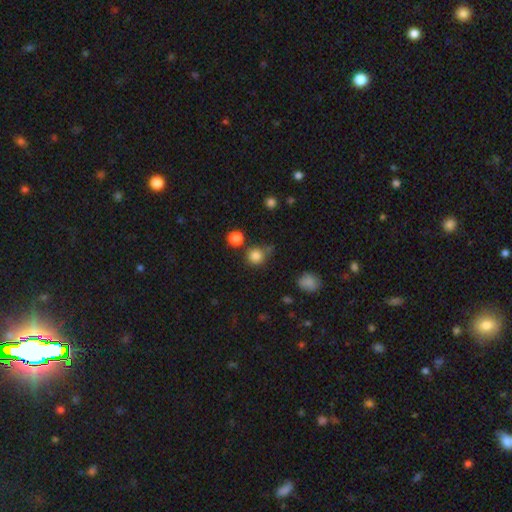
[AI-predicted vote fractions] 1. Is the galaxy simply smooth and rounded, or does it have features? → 83% smooth, 12% star or artifact, 5% featured or disk.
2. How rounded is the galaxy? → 90% round, 9% in between, 1% cigar-shaped.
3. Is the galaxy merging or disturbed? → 69% none, 16% minor disturbance, 10% merger, 5% major disturbance.